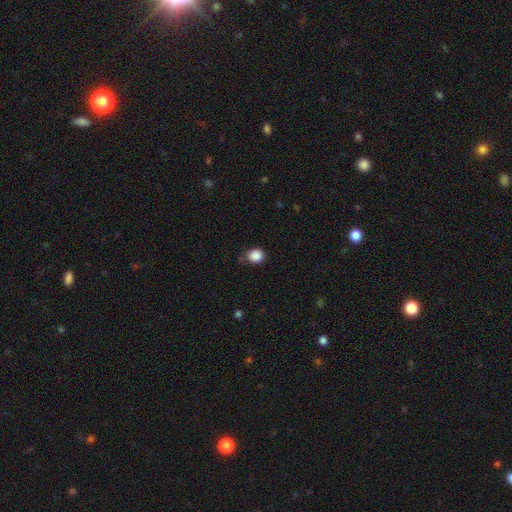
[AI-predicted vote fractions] smooth 87%, star or artifact 10%, featured or disk 3%. Down the decision tree: how rounded — round (72%); merging — none (76%).